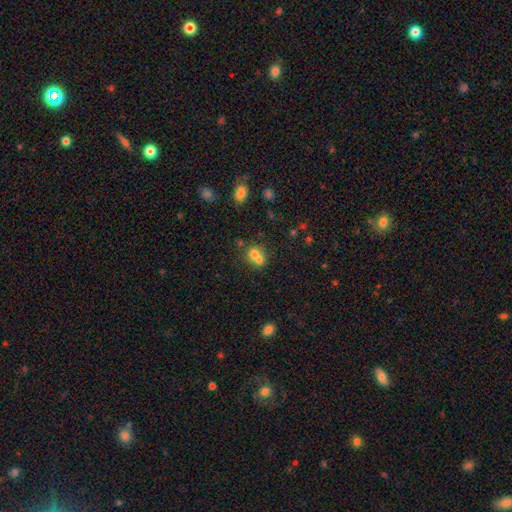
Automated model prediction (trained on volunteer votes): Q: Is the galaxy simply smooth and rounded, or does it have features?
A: smooth — 67%.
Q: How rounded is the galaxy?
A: round — 67%.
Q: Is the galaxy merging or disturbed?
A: merger — 65%.